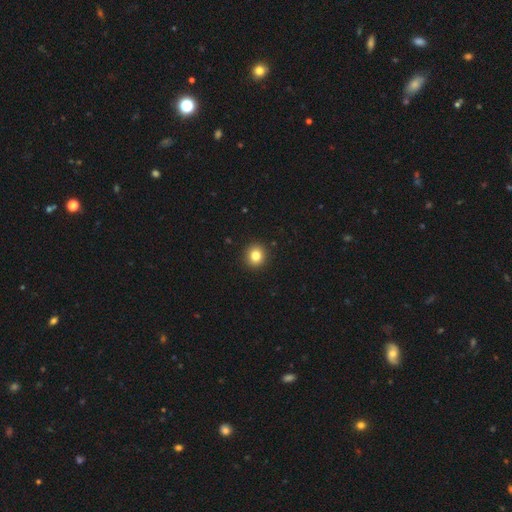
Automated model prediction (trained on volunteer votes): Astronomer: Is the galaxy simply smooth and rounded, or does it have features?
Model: smooth — 83%.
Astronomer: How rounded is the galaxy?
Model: round — 88%.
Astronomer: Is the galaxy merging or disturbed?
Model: none — 93%.